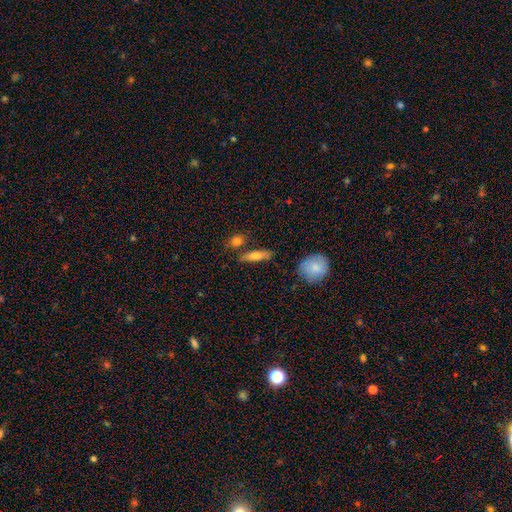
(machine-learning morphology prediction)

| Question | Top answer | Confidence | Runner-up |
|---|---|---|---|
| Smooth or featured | smooth | 69% | featured or disk (24%) |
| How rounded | cigar-shaped | 64% | in between (32%) |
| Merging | none | 75% | minor disturbance (14%) |